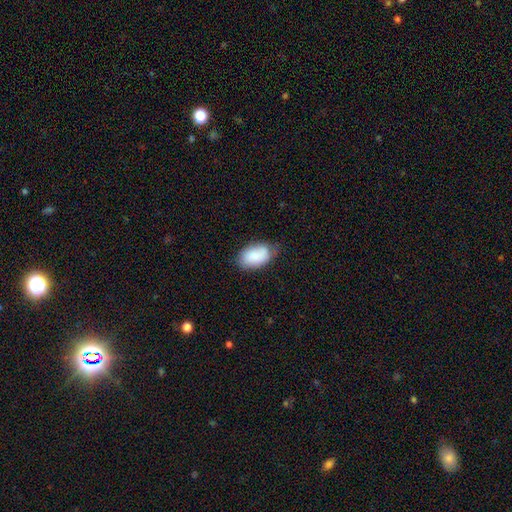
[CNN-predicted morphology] smooth-or-featured: smooth: 83% | featured or disk: 10% | star or artifact: 7%
  how-rounded: in between: 92% | round: 7% | cigar-shaped: 1%
  merging: none: 64% | minor disturbance: 28% | major disturbance: 6% | merger: 3%